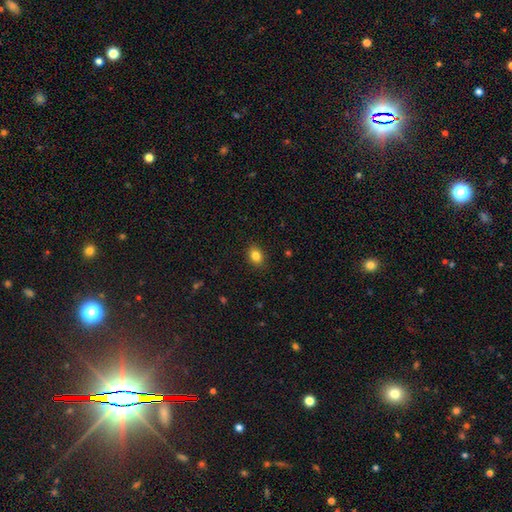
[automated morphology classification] smooth-or-featured: smooth: 84% | star or artifact: 10% | featured or disk: 6%
  how-rounded: in between: 69% | round: 30% | cigar-shaped: 1%
  merging: none: 88% | minor disturbance: 9% | major disturbance: 2% | merger: 1%